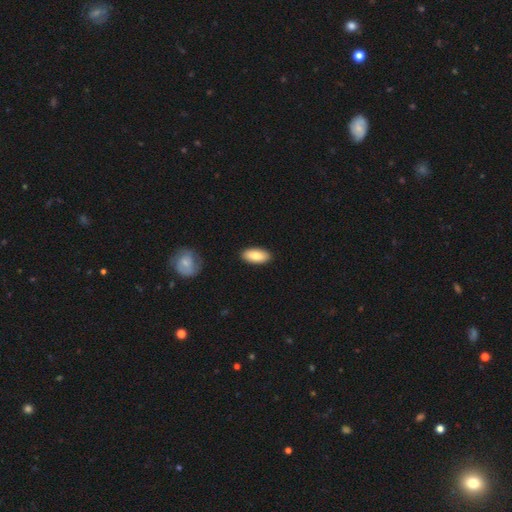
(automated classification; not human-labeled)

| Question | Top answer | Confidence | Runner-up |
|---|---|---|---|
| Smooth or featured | smooth | 83% | featured or disk (11%) |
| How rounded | in between | 90% | cigar-shaped (8%) |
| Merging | none | 89% | minor disturbance (8%) |